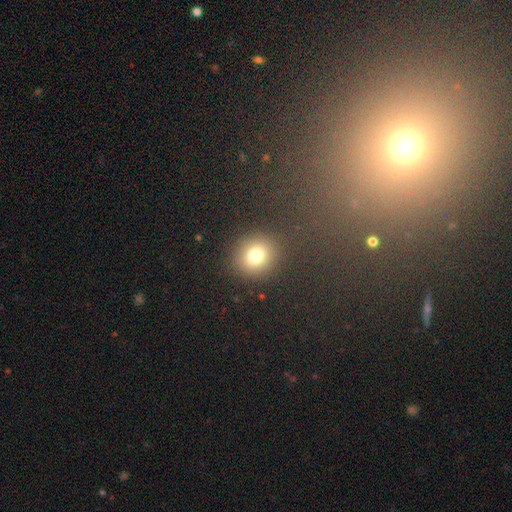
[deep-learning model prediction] This is likely a smooth galaxy (76%). How rounded: likely round (78%). Merging: clearly none (86%).